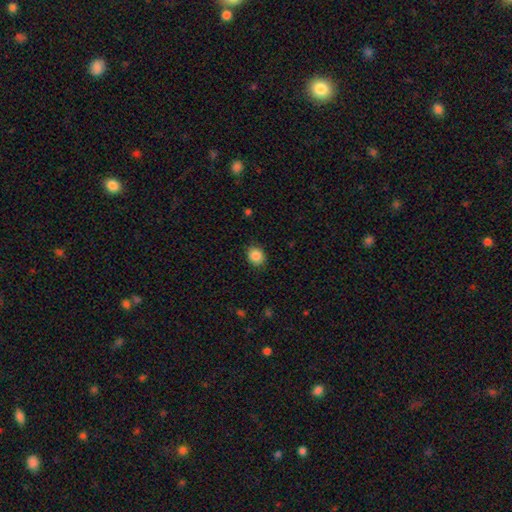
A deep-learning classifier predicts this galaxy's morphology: Q: Smooth or featured?
A: smooth (87%); runner-up: star or artifact (9%)
Q: How rounded?
A: round (69%); runner-up: in between (30%)
Q: Merging?
A: none (88%); runner-up: minor disturbance (9%)